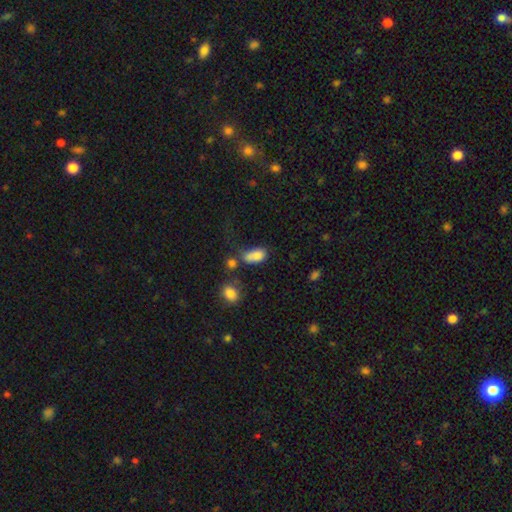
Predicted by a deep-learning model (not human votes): Smooth or featured? smooth (80%)
How rounded? in between (88%)
Merging? none (33%)